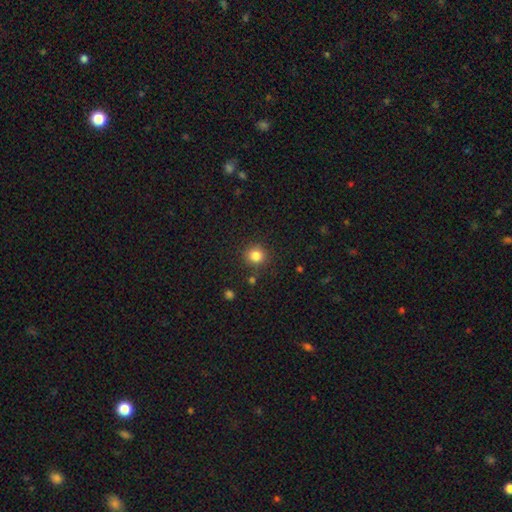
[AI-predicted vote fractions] A smooth galaxy with no disk features (83%) that is round (90%). Merging: none (86%).